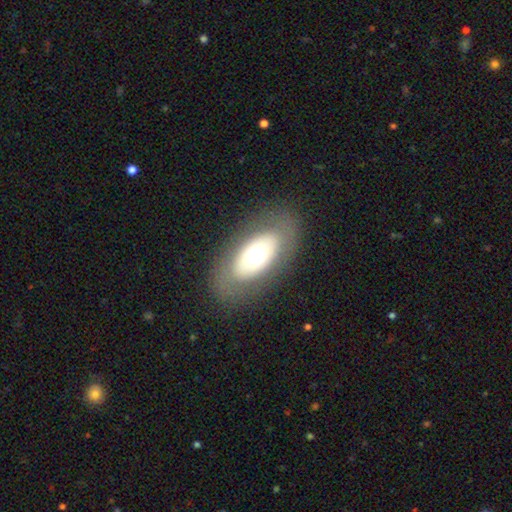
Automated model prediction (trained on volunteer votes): Overall: smooth (53%; featured or disk 39%). How rounded: in between (89%). Merging: none (81%).